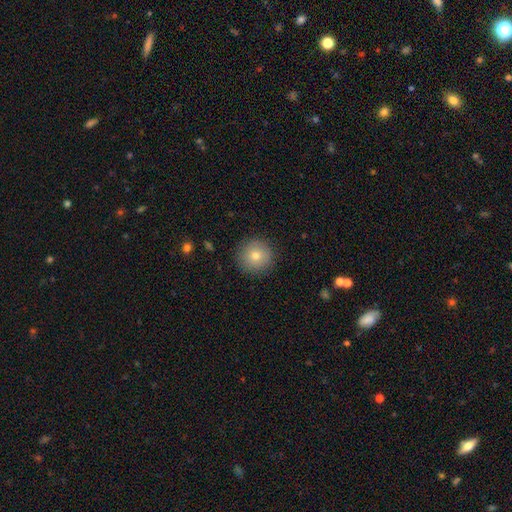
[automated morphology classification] smooth_or_featured: smooth (p=0.77) [alt: featured or disk p=0.12]
how_rounded: round (p=0.96) [alt: in between p=0.03]
merging: none (p=0.91) [alt: minor disturbance p=0.06]